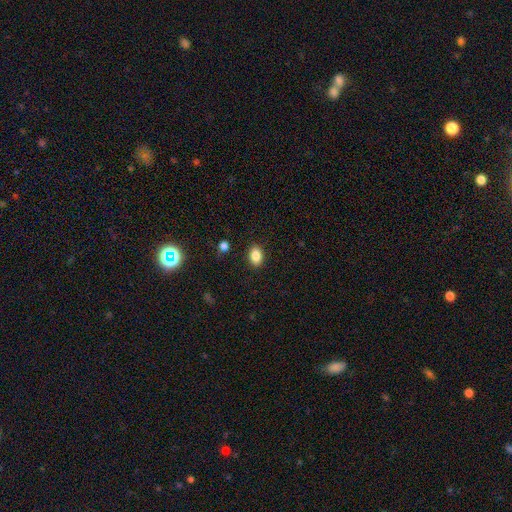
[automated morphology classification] smooth_or_featured: smooth (p=0.86) [alt: star or artifact p=0.09]
how_rounded: in between (p=0.80) [alt: round p=0.18]
merging: none (p=0.88) [alt: minor disturbance p=0.08]